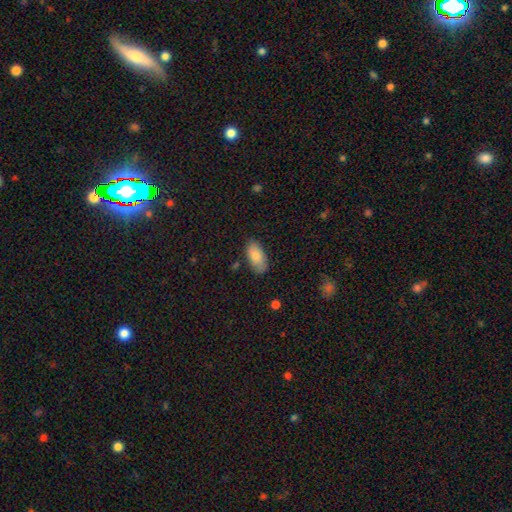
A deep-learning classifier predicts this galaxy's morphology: Q: Smooth or featured?
A: smooth (82%); runner-up: featured or disk (12%)
Q: How rounded?
A: in between (92%); runner-up: cigar-shaped (5%)
Q: Merging?
A: none (80%); runner-up: minor disturbance (15%)